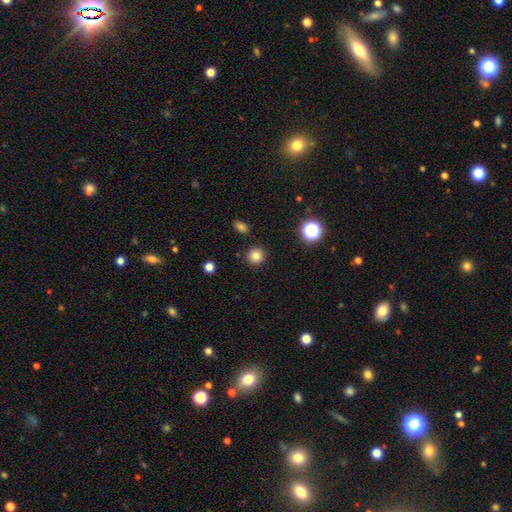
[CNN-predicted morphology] The model was most divided on "smooth or featured": smooth: 83%, star or artifact: 12%, featured or disk: 4%. More confident: how rounded — round (93%); merging — none (91%).